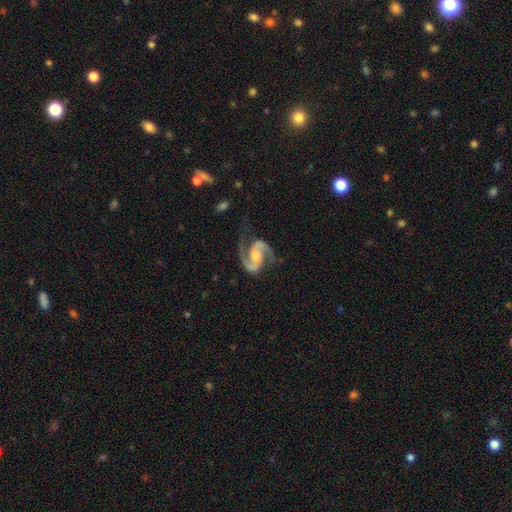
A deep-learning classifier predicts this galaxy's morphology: Smooth or featured? featured or disk (93%)
Edge-on disk? no (98%)
Bar? no (44%)
Spiral arms? yes (98%)
Spiral winding? medium (60%)
Spiral arm count? 2 (94%)
Bulge size? moderate (37%)
Merging? none (70%)